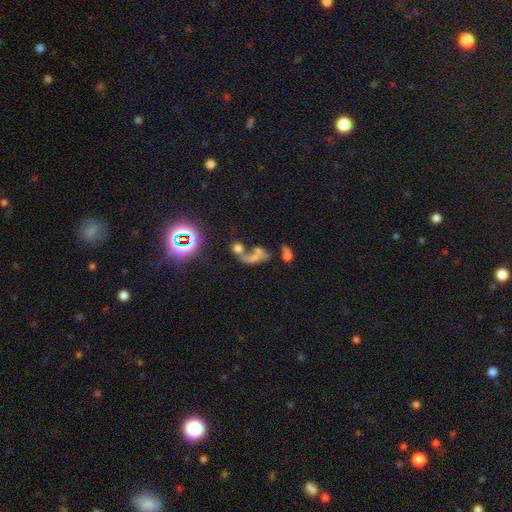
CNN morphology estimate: A smooth galaxy with no disk features (41%). Merging: merger (52%).